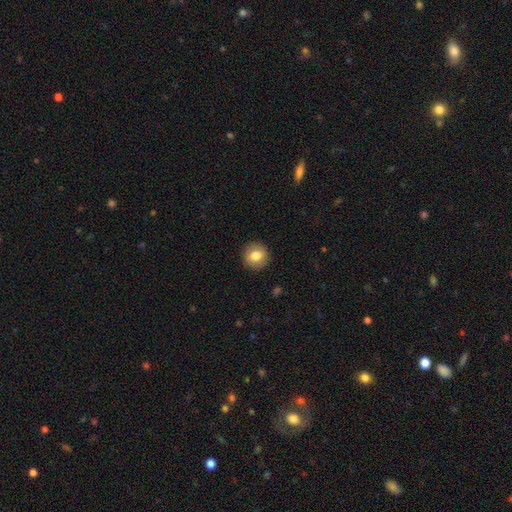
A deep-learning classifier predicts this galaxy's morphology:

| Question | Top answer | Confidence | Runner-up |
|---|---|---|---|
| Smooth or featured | smooth | 80% | featured or disk (11%) |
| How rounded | round | 93% | in between (7%) |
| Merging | none | 91% | minor disturbance (6%) |